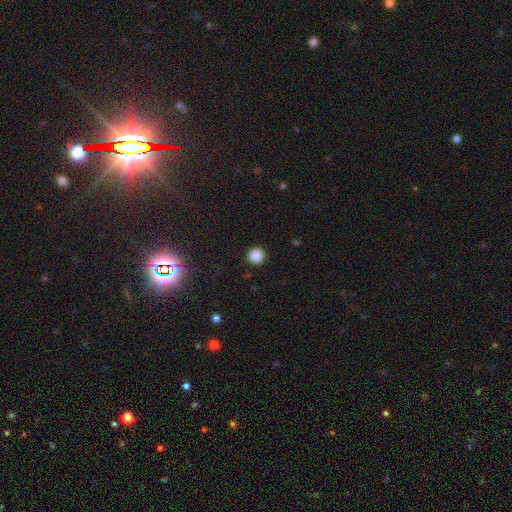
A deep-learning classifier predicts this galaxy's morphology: smooth-or-featured: smooth: 86% | star or artifact: 12% | featured or disk: 3%
  how-rounded: round: 94% | in between: 5% | cigar-shaped: 1%
  merging: none: 90% | minor disturbance: 6% | major disturbance: 2% | merger: 1%